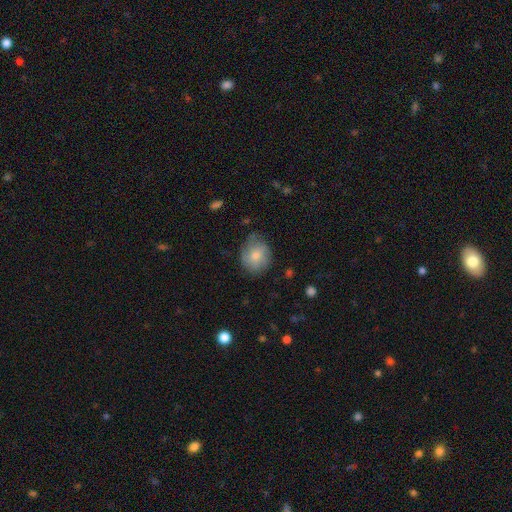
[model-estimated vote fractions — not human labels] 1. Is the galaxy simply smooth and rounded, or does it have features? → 64% smooth, 29% featured or disk, 7% star or artifact.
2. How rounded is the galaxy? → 64% round, 34% in between, 1% cigar-shaped.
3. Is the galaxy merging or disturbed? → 68% none, 23% minor disturbance, 7% major disturbance, 2% merger.